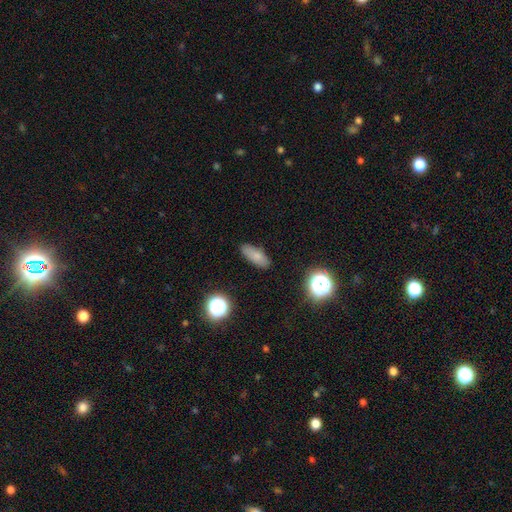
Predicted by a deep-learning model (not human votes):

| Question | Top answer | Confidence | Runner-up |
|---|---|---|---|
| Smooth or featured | smooth | 78% | featured or disk (11%) |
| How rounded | in between | 70% | cigar-shaped (26%) |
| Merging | none | 85% | minor disturbance (11%) |